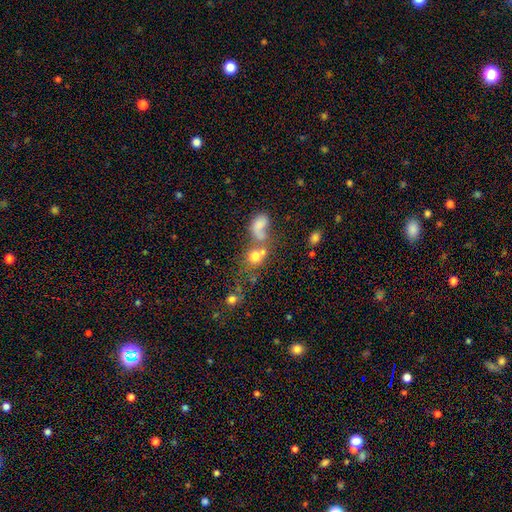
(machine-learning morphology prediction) Q: Smooth or featured?
A: smooth (59%); runner-up: star or artifact (21%)
Q: How rounded?
A: round (63%); runner-up: in between (33%)
Q: Merging?
A: merger (50%); runner-up: none (30%)